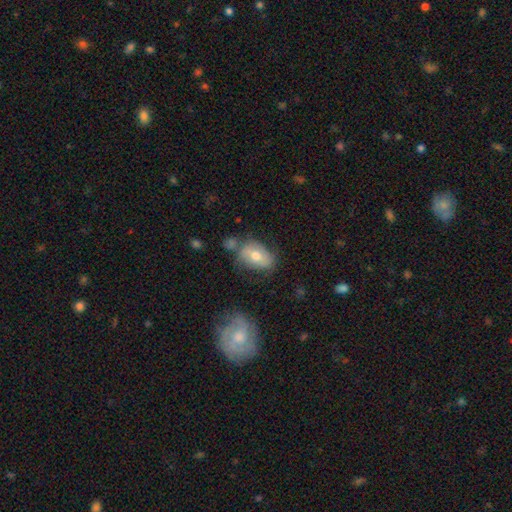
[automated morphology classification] This is likely a smooth galaxy (62%). How rounded: clearly in between (86%). Merging: possibly none (55%).